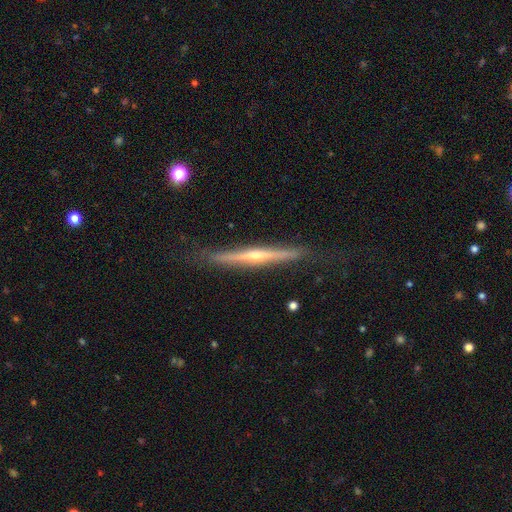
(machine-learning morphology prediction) smooth-or-featured: featured or disk: 76% | smooth: 19% | star or artifact: 6%
  disk-edge-on: yes: 98% | no: 2%
    edge-on-bulge: rounded: 75% | none: 21% | boxy: 4%
  merging: none: 86% | minor disturbance: 11% | major disturbance: 2% | merger: 1%